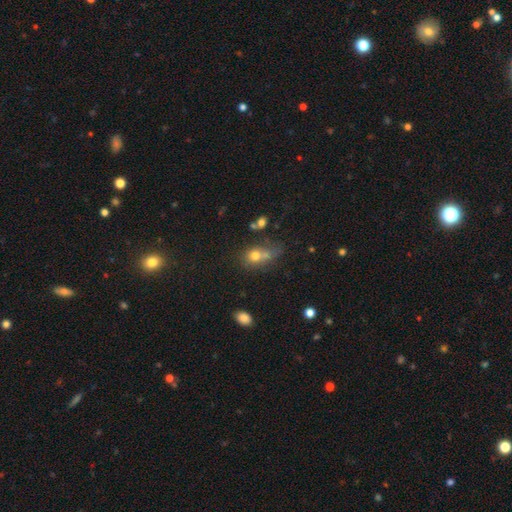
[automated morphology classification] smooth 70%, featured or disk 16%, star or artifact 14%. Down the decision tree: how rounded — round (55%); merging — merger (45%).